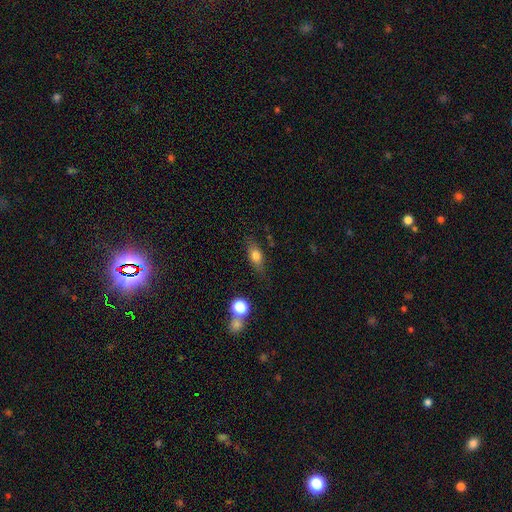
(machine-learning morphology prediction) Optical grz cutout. It shows a smooth galaxy with no disk features (71%) that is in between round and cigar-shaped (72%). Merging: none (78%).